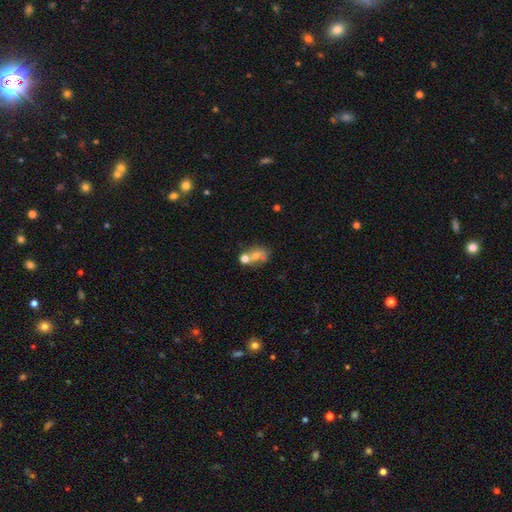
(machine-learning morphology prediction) Smooth or featured? smooth (55%)
How rounded? in between (56%)
Merging? merger (47%)